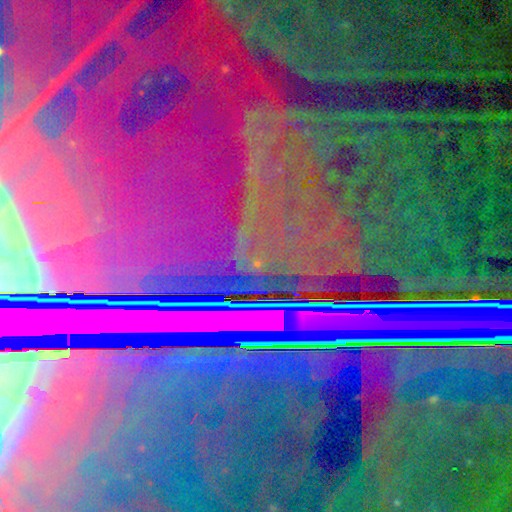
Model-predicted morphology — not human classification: smooth-or-featured: star or artifact: 88% | featured or disk: 7% | smooth: 5%